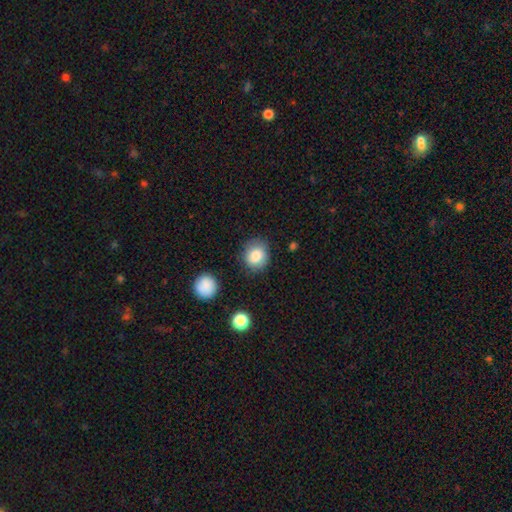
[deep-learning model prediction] Smooth or featured? Predicted: smooth (p=0.83). How rounded? Predicted: round (p=0.73). Merging? Predicted: none (p=0.77).